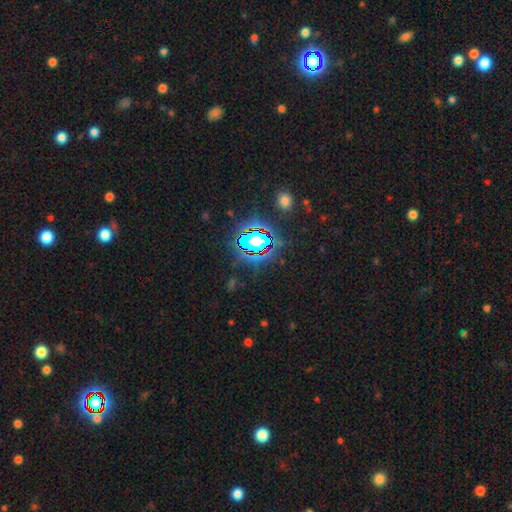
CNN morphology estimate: Smooth or featured? star or artifact (81%)